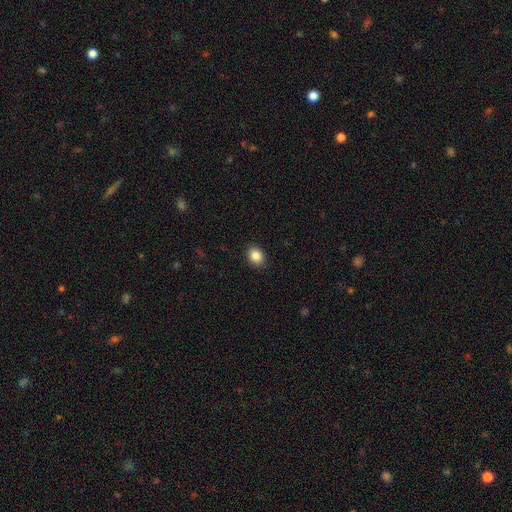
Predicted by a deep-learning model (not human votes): This is clearly a smooth galaxy (87%). How rounded: possibly in between (52%). Merging: clearly none (90%).